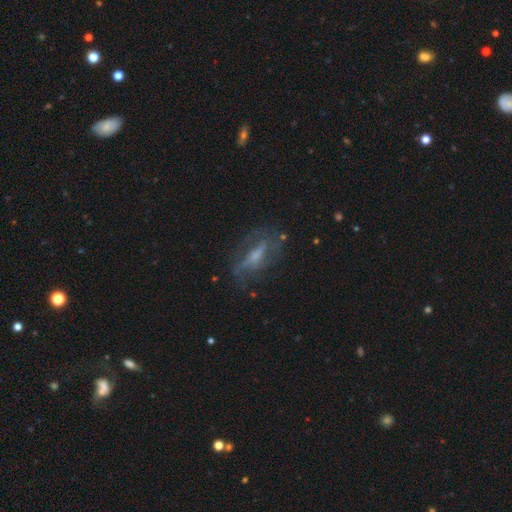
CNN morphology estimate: This appears to be a featured or disk galaxy (68%) with a weak bar (39%), spiral arms (71%) and a small central bulge (41%). Merging: none (60%).